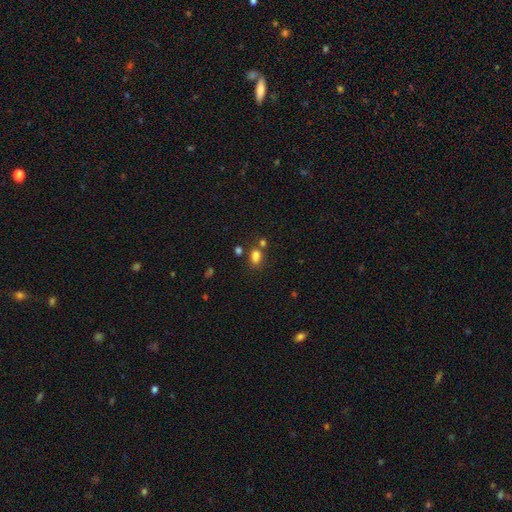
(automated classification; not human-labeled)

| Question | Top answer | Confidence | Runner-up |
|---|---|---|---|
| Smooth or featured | smooth | 77% | star or artifact (16%) |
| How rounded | in between | 76% | round (21%) |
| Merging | none | 57% | merger (23%) |